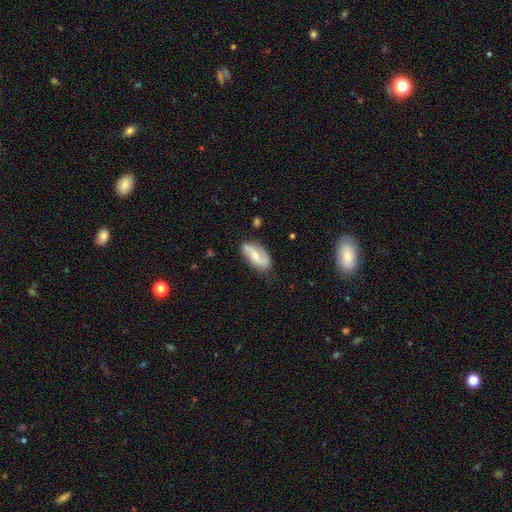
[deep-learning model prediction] Smooth or featured?
  - featured or disk: 66% *
  - smooth: 28%
  - star or artifact: 6%
Edge-on disk?
  - no: 94% *
  - yes: 6%
Bar?
  - weak: 42% *
  - no: 37%
  - strong: 21%
Spiral arms?
  - yes: 90% *
  - no: 10%
Spiral winding?
  - loose: 56% *
  - medium: 31%
  - tight: 13%
Spiral arm count?
  - 2: 86% *
  - can't tell: 6%
  - 1: 5%
  - 3: 1%
  - 4: 1%
  - more than 4: 1%
Bulge size?
  - moderate: 45% *
  - small: 44%
  - none: 6%
  - large: 3%
  - dominant: 1%
Merging?
  - none: 73% *
  - minor disturbance: 20%
  - major disturbance: 5%
  - merger: 2%